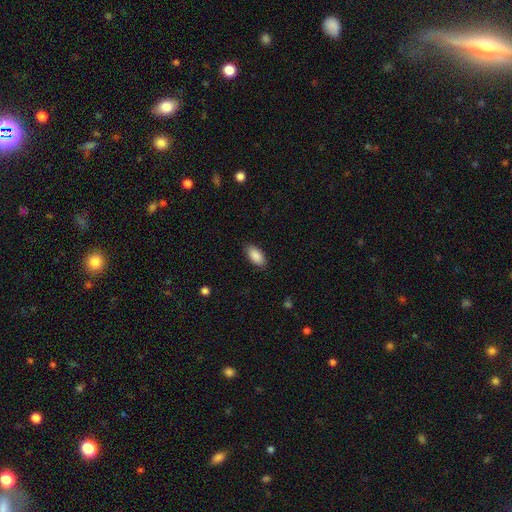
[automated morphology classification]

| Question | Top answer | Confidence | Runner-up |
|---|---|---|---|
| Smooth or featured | smooth | 90% | star or artifact (6%) |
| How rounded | in between | 92% | cigar-shaped (6%) |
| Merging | none | 87% | minor disturbance (10%) |